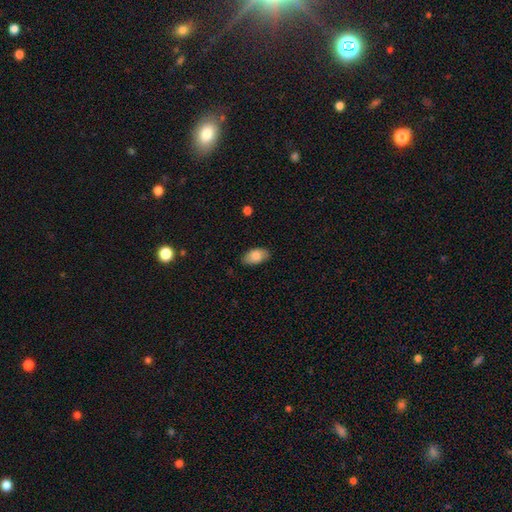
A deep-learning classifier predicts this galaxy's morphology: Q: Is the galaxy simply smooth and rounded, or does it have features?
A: smooth — 85%.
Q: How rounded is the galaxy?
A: in between — 94%.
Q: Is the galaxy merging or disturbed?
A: none — 81%.